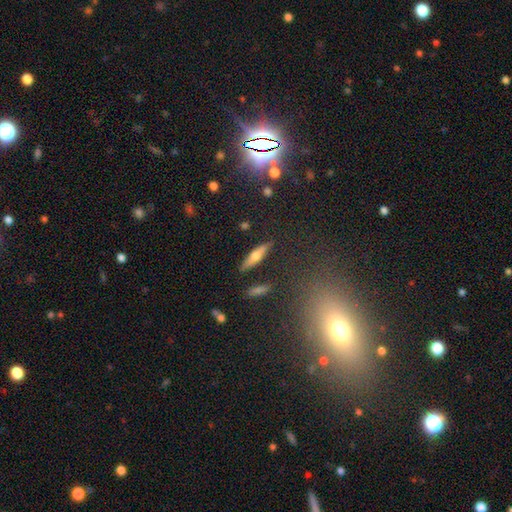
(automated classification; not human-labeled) Smooth or featured?
  - smooth: 49% *
  - featured or disk: 42%
  - star or artifact: 8%
Merging?
  - none: 86% *
  - minor disturbance: 9%
  - merger: 3%
  - major disturbance: 2%